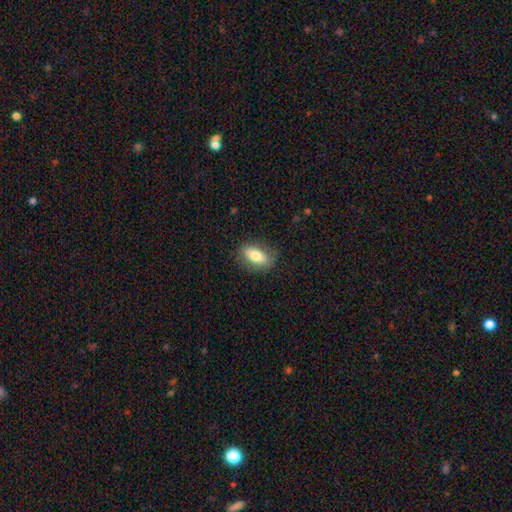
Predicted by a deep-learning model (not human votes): Overall: smooth (72%). How rounded: in between (88%). Merging: none (77%).